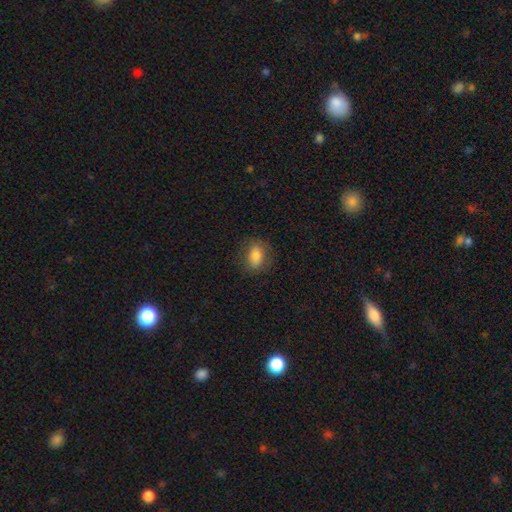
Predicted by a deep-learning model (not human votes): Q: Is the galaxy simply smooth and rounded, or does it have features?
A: smooth — 80%.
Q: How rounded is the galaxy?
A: in between — 73%.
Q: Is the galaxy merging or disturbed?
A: none — 78%.